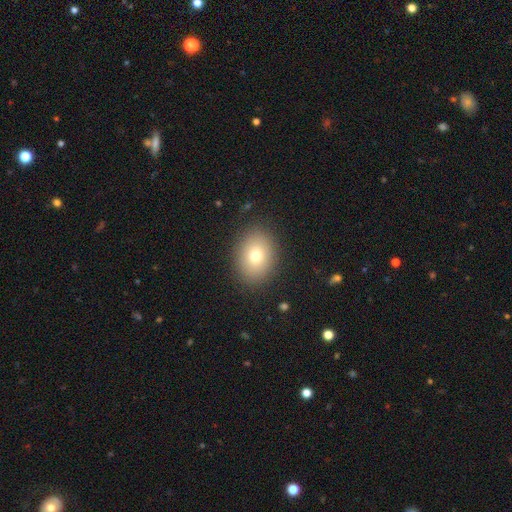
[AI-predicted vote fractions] Morphology: type=smooth (76%); roundness=in between (60%); merging=none (88%).